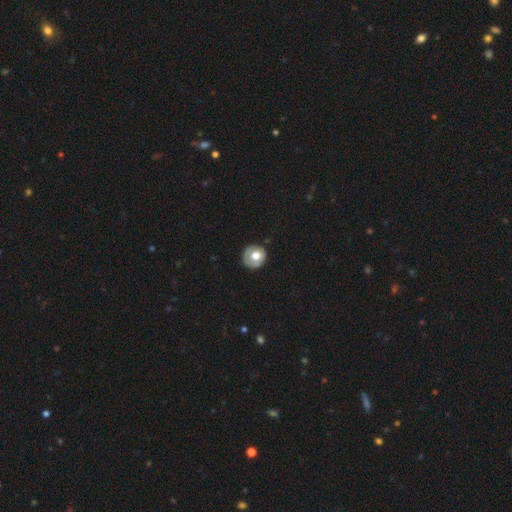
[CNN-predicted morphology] smooth_or_featured: smooth (p=0.59) [alt: featured or disk p=0.33]
how_rounded: round (p=0.90) [alt: in between p=0.09]
merging: none (p=0.77) [alt: minor disturbance p=0.16]